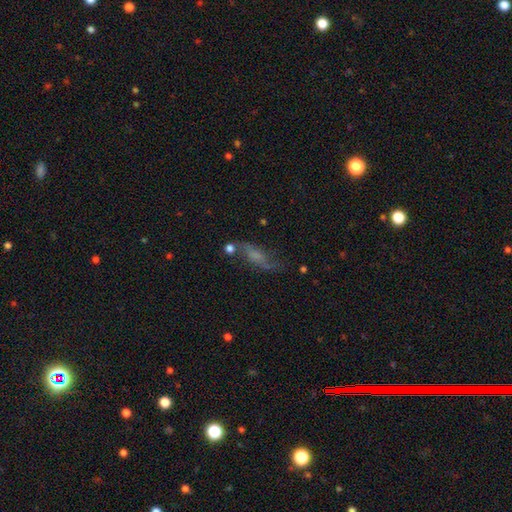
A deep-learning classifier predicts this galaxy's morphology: smooth_or_featured: featured or disk (p=0.53) [alt: smooth p=0.32]
disk_edge_on: no (p=0.76) [alt: yes p=0.24]
merging: none (p=0.53) [alt: minor disturbance p=0.22]